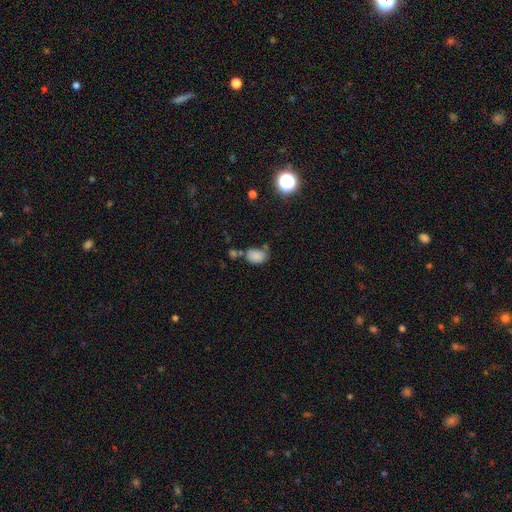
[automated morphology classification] Overall: smooth (81%). How rounded: in between (77%). Merging: none (49%; minor disturbance 24%).